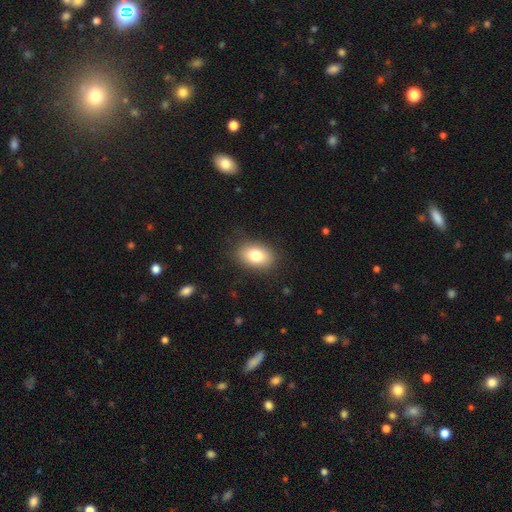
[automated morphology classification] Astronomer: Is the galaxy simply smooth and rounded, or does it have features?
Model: smooth — 80%.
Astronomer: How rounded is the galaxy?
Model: in between — 84%.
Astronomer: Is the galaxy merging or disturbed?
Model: none — 85%.